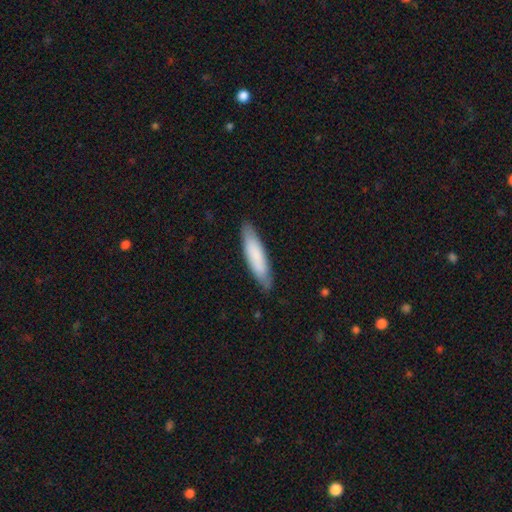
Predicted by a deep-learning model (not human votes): Overall: smooth (79%). How rounded: cigar-shaped (74%). Merging: none (84%).